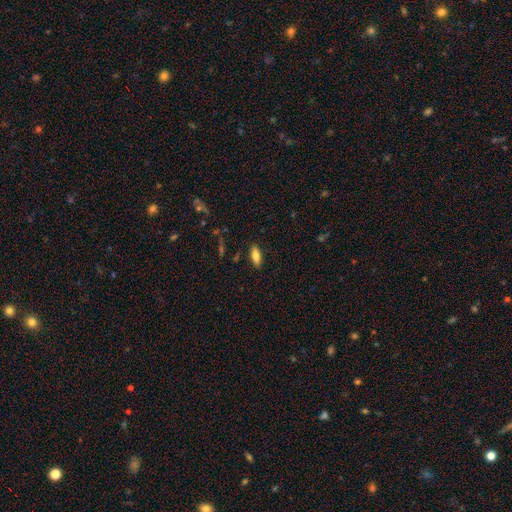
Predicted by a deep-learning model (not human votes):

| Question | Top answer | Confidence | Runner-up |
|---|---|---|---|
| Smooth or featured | smooth | 80% | featured or disk (12%) |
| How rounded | in between | 77% | cigar-shaped (21%) |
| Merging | none | 87% | minor disturbance (10%) |